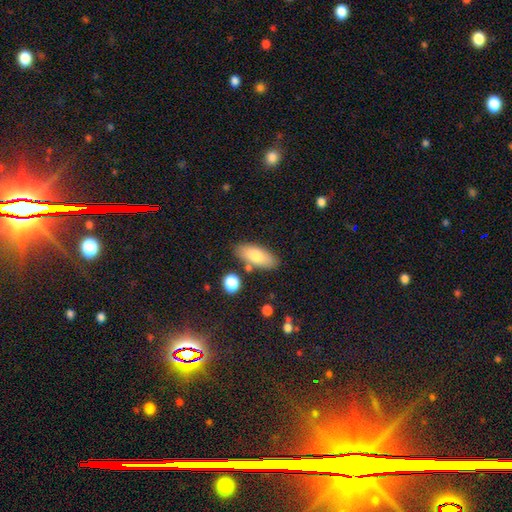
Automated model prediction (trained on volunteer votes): This appears to be a smooth galaxy with no disk features (77%) that is in between round and cigar-shaped (82%). Merging: none (79%).